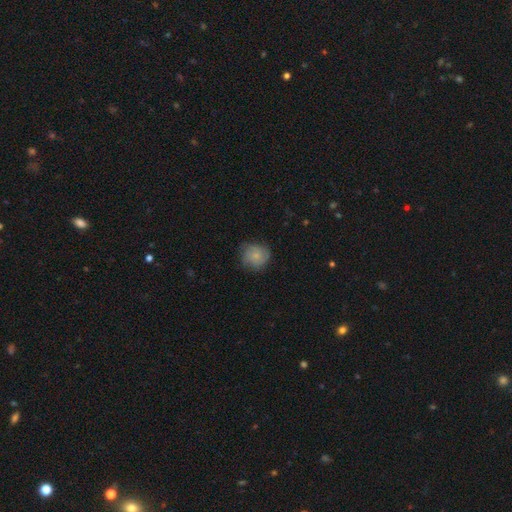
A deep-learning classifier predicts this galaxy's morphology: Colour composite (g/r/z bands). It shows a smooth galaxy with no disk features (72%) that is round (84%). Merging: none (68%).